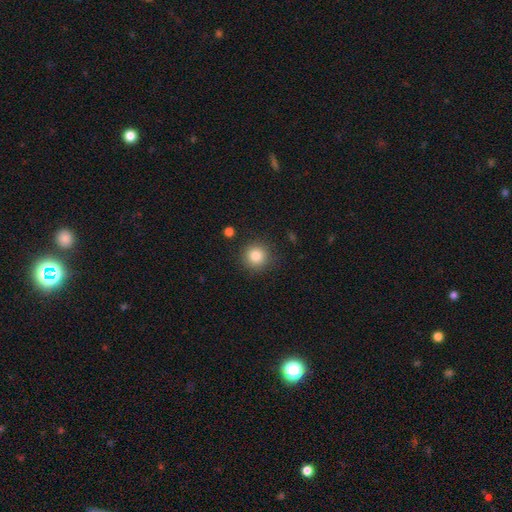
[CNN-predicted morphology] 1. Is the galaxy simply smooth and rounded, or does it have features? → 84% smooth, 10% star or artifact, 6% featured or disk.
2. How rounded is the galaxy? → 94% round, 5% in between, 1% cigar-shaped.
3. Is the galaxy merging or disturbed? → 88% none, 8% minor disturbance, 3% major disturbance, 2% merger.